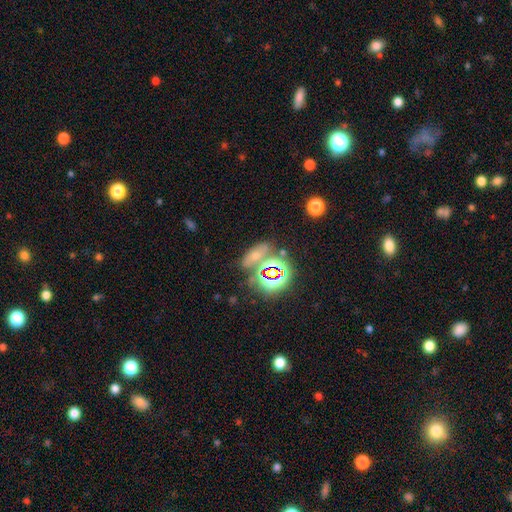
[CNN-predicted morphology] Q: Smooth or featured?
A: smooth (44%); runner-up: star or artifact (40%)
Q: Merging?
A: none (60%); runner-up: merger (18%)